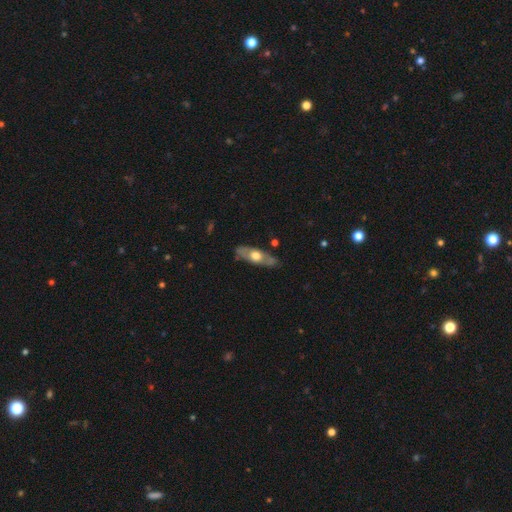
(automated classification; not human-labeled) A featured or disk galaxy (55%). Merging: none (79%).